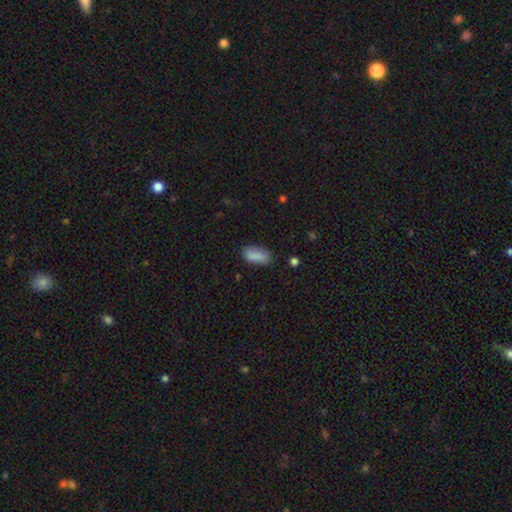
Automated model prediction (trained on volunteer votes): smooth 87%, star or artifact 8%, featured or disk 5%. Down the decision tree: how rounded — in between (82%); merging — none (76%).